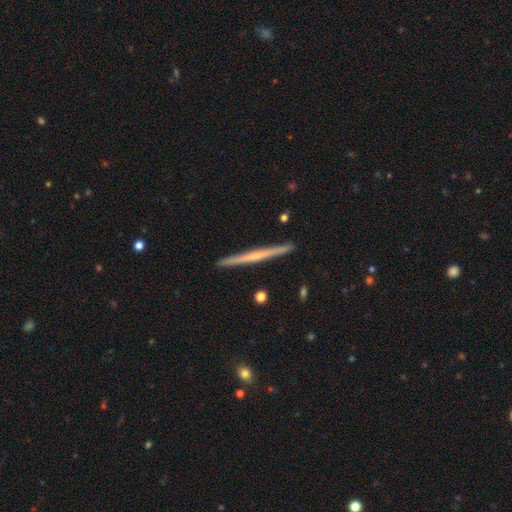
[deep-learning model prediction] Morphology: type=featured or disk (61%); edge-on=yes (98%); edge-on bulge=none (67%); merging=none (92%).